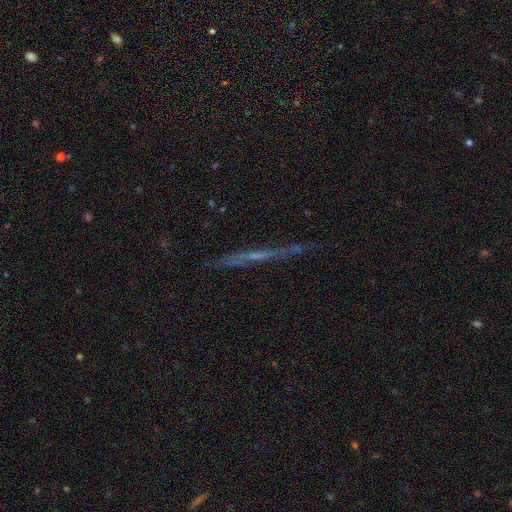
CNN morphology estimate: featured or disk 59%, smooth 27%, star or artifact 13%. Down the decision tree: edge-on disk — yes (90%); edge-on bulge — none (81%); merging — none (76%).